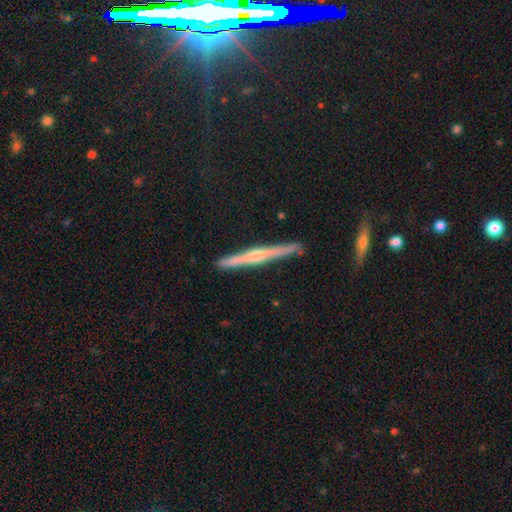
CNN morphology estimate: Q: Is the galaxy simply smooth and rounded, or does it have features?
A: featured or disk — 70%.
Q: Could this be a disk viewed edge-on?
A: yes — 98%.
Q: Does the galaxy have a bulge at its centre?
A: rounded — 70%.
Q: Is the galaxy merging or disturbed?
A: none — 89%.